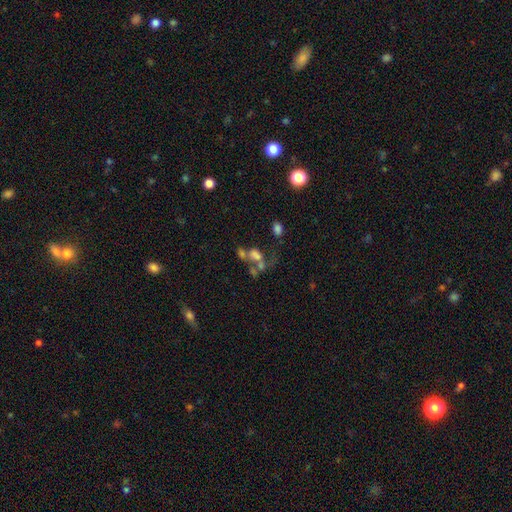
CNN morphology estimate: A smooth galaxy with no disk features (51%) that is in between round and cigar-shaped (65%). Merging: merger (49%).